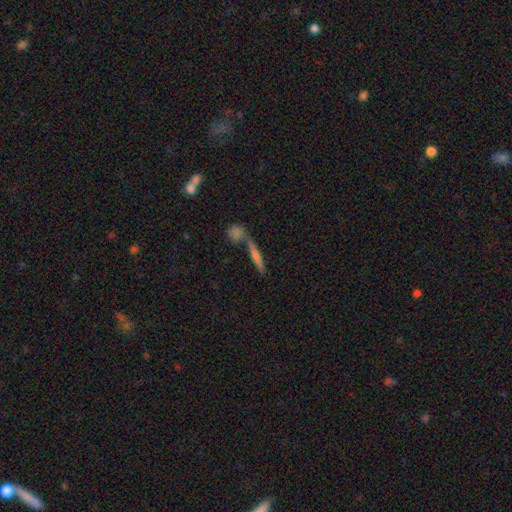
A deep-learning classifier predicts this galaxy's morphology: This is possibly a featured or disk galaxy (46%). Merging: possibly none (59%).